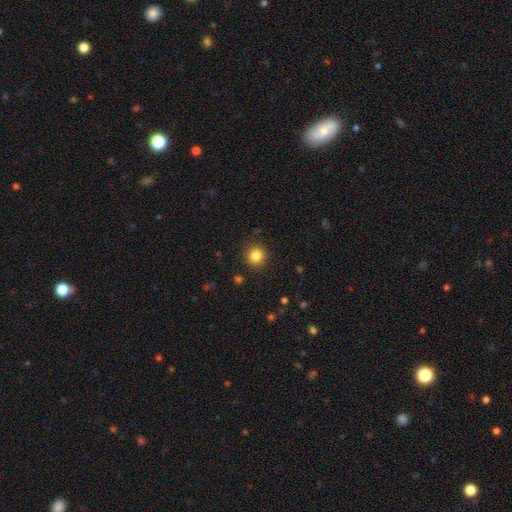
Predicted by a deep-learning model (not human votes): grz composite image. It shows a smooth galaxy with no disk features (84%) that is round (91%). Merging: none (90%).